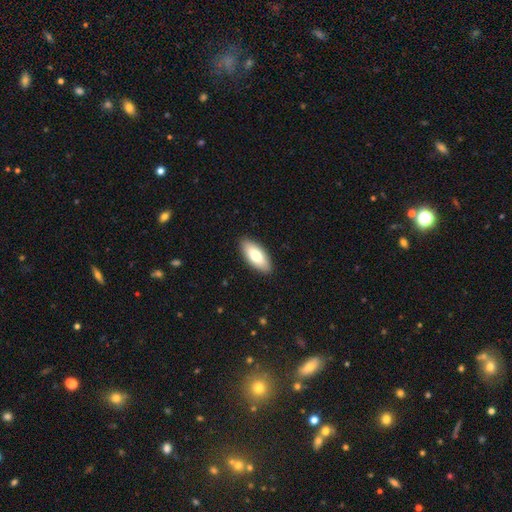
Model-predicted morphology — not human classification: Smooth or featured? smooth (78%)
How rounded? in between (84%)
Merging? none (90%)